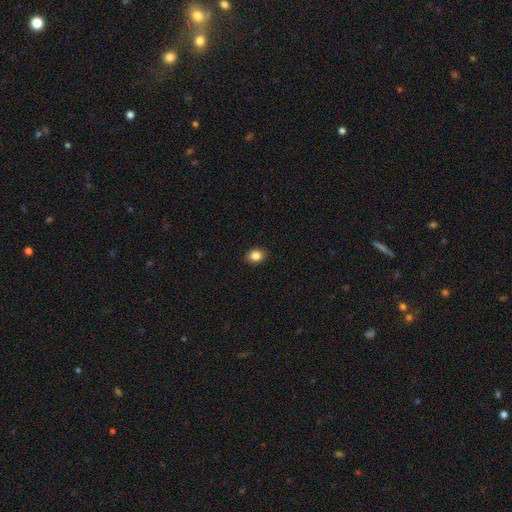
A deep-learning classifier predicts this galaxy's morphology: smooth_or_featured: smooth (p=0.86) [alt: star or artifact p=0.09]
how_rounded: in between (p=0.59) [alt: round p=0.40]
merging: none (p=0.89) [alt: minor disturbance p=0.08]